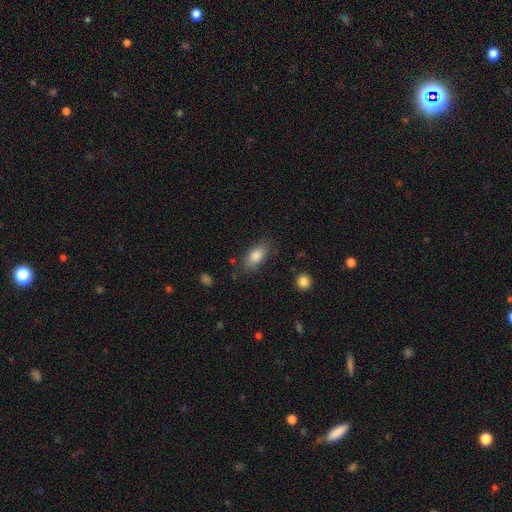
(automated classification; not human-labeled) smooth 84%, featured or disk 9%, star or artifact 7%. Down the decision tree: how rounded — in between (90%); merging — none (77%).